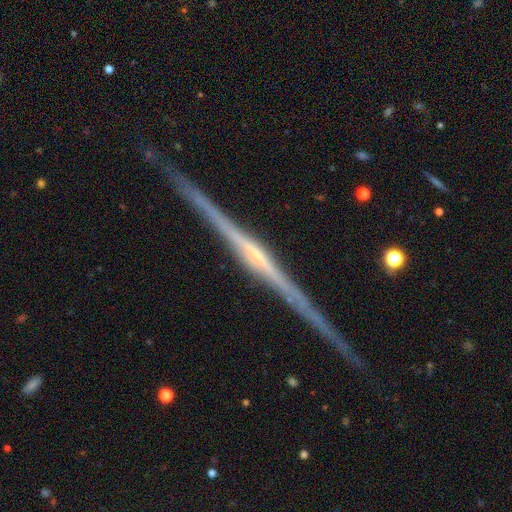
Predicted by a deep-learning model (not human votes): A featured or disk galaxy (89%) viewed edge-on (99%) with a rounded central bulge (63%).

Vote fractions:
- Smooth or featured? featured or disk: 89% / smooth: 6% / star or artifact: 5%
- Edge-on disk? yes: 99% / no: 1%
- Edge-on bulge? rounded: 63% / none: 24% / boxy: 13%
- Merging? none: 90% / minor disturbance: 8% / major disturbance: 1% / merger: 1%